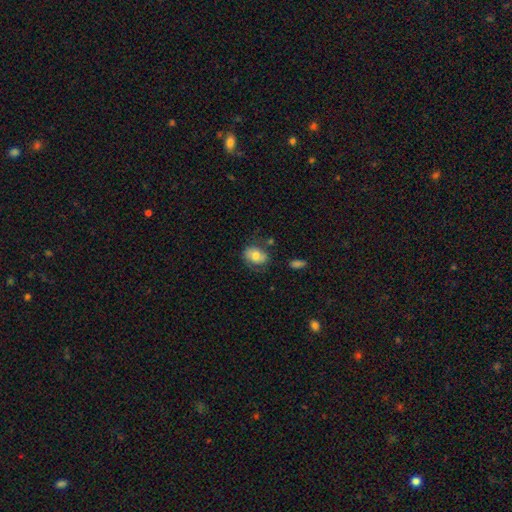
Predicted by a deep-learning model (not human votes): A smooth galaxy with no disk features (65%) that is in between round and cigar-shaped (69%).

Vote fractions:
- Smooth or featured? smooth: 65% / featured or disk: 27% / star or artifact: 8%
- How rounded? in between: 69% / round: 30% / cigar-shaped: 1%
- Merging? none: 66% / minor disturbance: 22% / major disturbance: 8% / merger: 4%